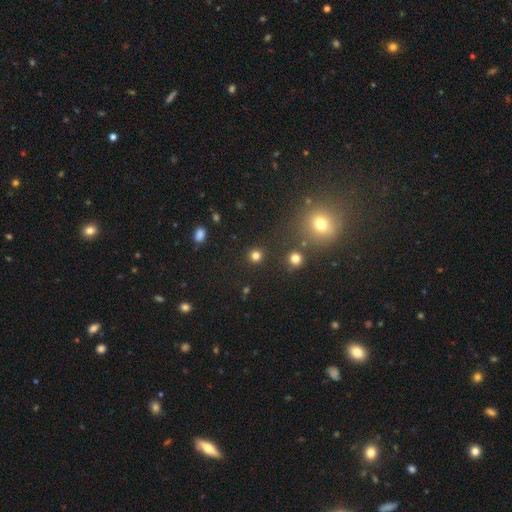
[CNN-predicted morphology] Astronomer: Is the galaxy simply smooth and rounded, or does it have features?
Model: smooth — 79%.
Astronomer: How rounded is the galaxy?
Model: round — 93%.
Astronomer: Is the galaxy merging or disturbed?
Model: none — 89%.